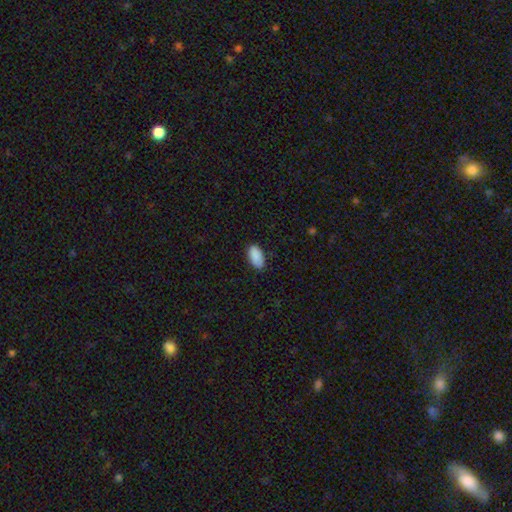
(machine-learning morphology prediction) Q: Smooth or featured?
A: smooth (90%); runner-up: star or artifact (7%)
Q: How rounded?
A: in between (94%); runner-up: cigar-shaped (3%)
Q: Merging?
A: none (86%); runner-up: minor disturbance (11%)